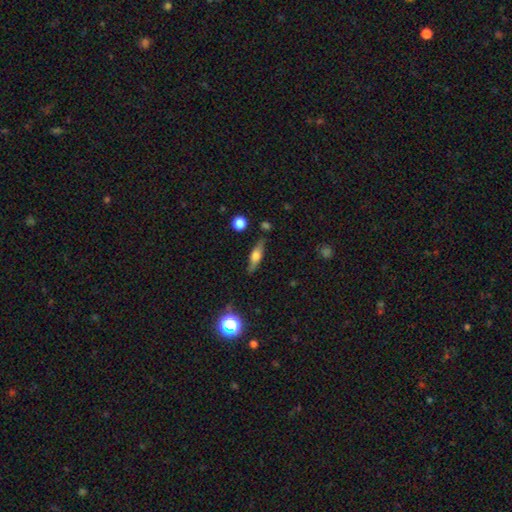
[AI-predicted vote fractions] Smooth or featured? smooth (51%)
How rounded? cigar-shaped (54%)
Merging? none (79%)